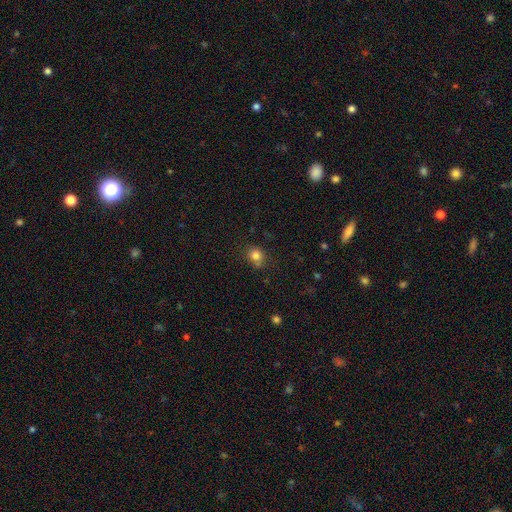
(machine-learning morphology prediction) A smooth galaxy with no disk features (81%) that is round (75%). Merging: none (71%).